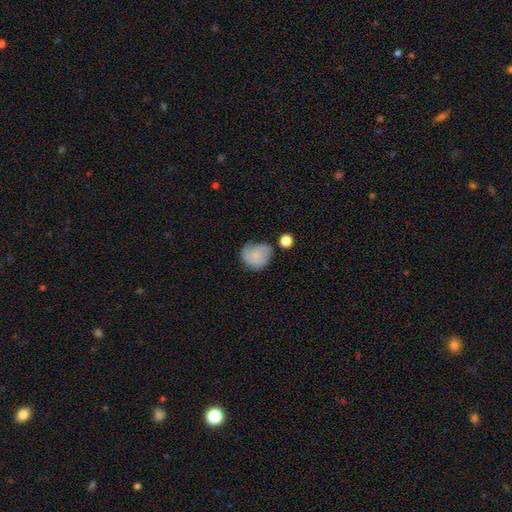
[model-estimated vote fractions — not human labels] Overall: smooth (53%; featured or disk 39%). How rounded: round (75%). Merging: none (57%; minor disturbance 28%).